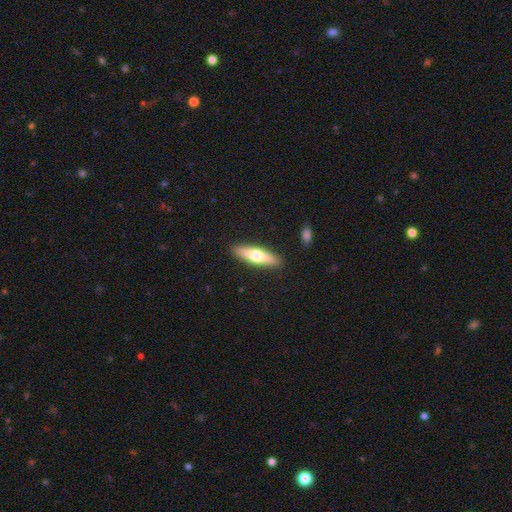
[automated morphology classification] This appears to be a smooth galaxy with no disk features (54%) that is cigar-shaped (72%). Merging: none (90%).